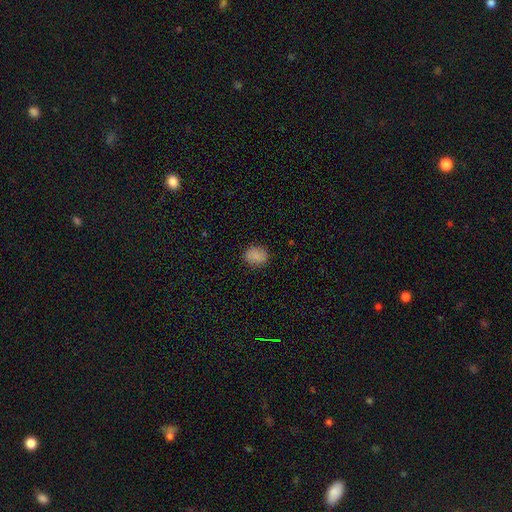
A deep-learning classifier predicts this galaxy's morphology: Smooth or featured?
  - smooth: 82% *
  - star or artifact: 10%
  - featured or disk: 9%
How rounded?
  - round: 63% *
  - in between: 35%
  - cigar-shaped: 1%
Merging?
  - none: 85% *
  - minor disturbance: 11%
  - major disturbance: 3%
  - merger: 1%